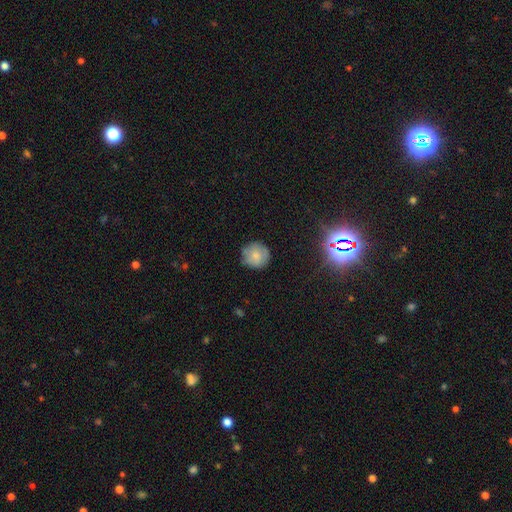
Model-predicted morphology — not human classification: A smooth galaxy with no disk features (76%) that is round (93%). Merging: none (78%).